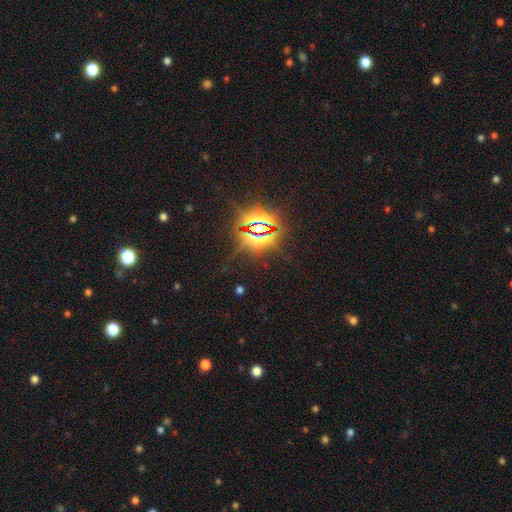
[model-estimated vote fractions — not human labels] Overall: star or artifact (85%).